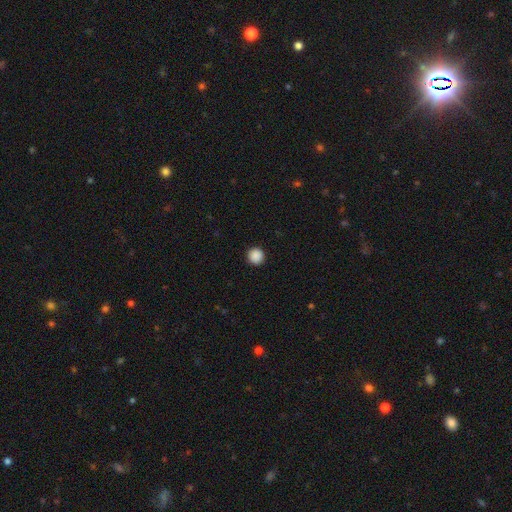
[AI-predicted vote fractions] A smooth galaxy with no disk features (89%) that is round (95%). Merging: none (93%).